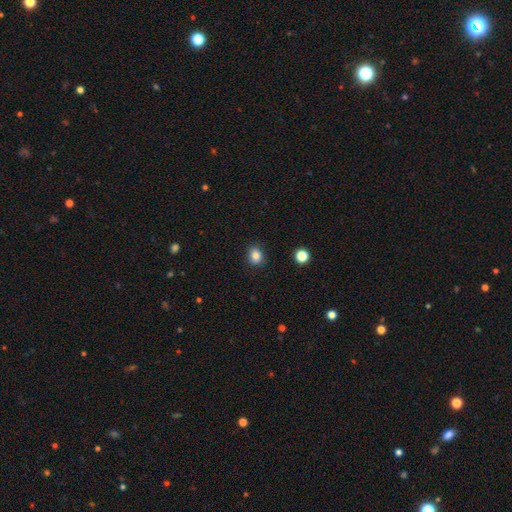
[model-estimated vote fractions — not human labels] A smooth galaxy with no disk features (83%) that is round (67%).

Vote fractions:
- Smooth or featured? smooth: 83% / star or artifact: 11% / featured or disk: 6%
- How rounded? round: 67% / in between: 32% / cigar-shaped: 1%
- Merging? none: 89% / minor disturbance: 8% / major disturbance: 2% / merger: 1%